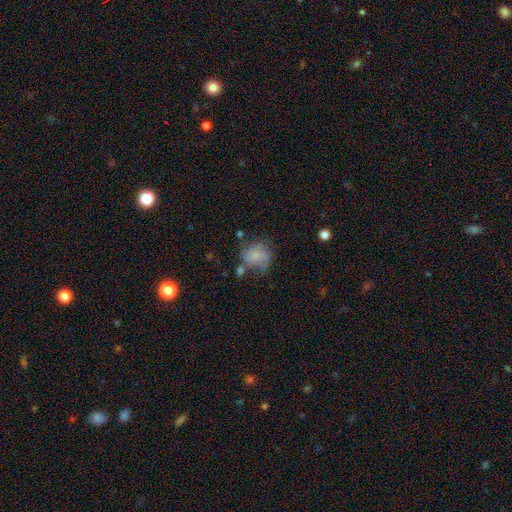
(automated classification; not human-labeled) smooth 55%, featured or disk 34%, star or artifact 10%. Down the decision tree: how rounded — round (65%); merging — none (40%).